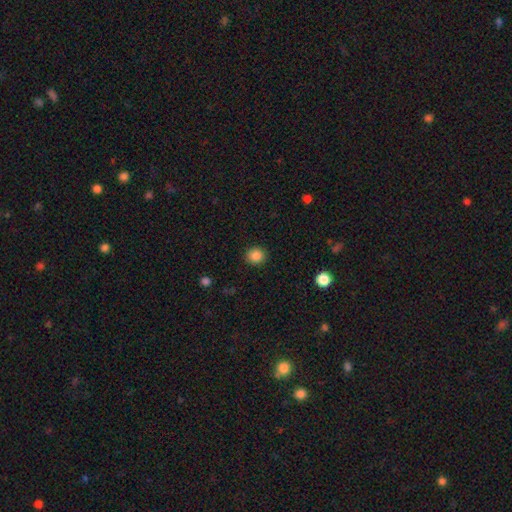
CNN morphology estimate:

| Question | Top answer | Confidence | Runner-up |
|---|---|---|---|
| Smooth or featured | smooth | 86% | star or artifact (10%) |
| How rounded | round | 85% | in between (15%) |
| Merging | none | 91% | minor disturbance (6%) |